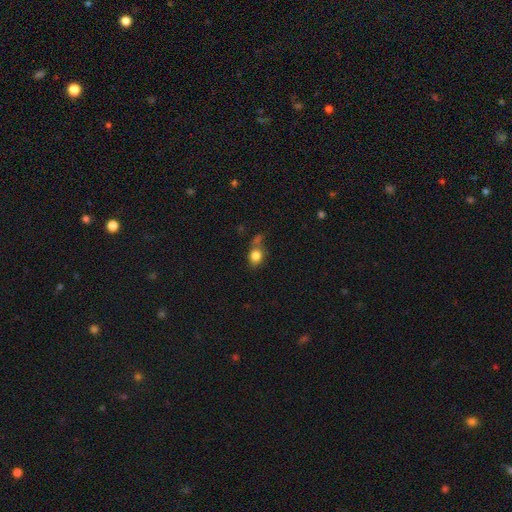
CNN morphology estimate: The model was most divided on "how rounded": round: 58%, in between: 40%, cigar-shaped: 2%. Remaining: smooth or featured — smooth (81%); merging — none (49%).